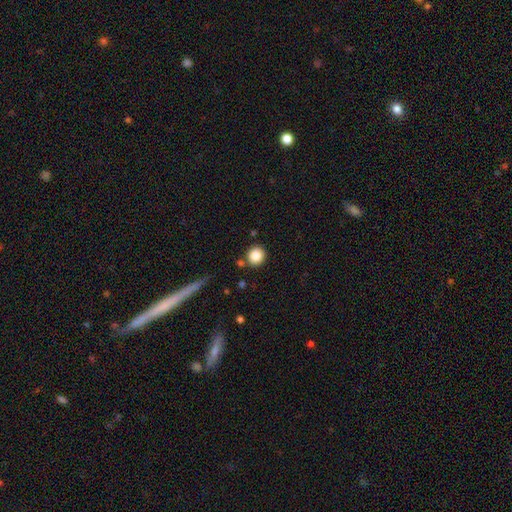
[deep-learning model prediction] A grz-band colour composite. It shows a smooth galaxy with no disk features (85%) that is round (88%). Merging: none (84%).